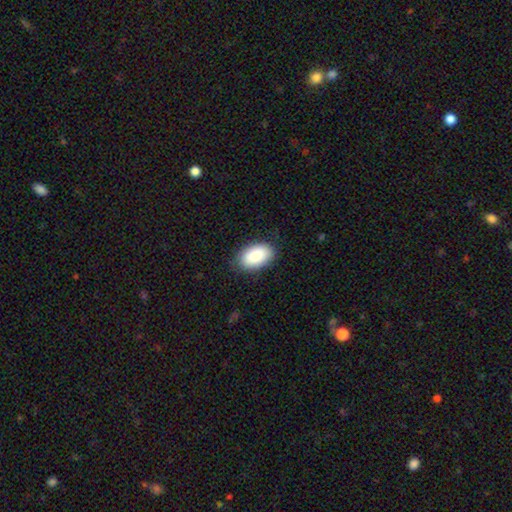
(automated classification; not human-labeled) This appears to be a smooth galaxy with no disk features (88%) that is in between round and cigar-shaped (94%). Merging: none (82%).